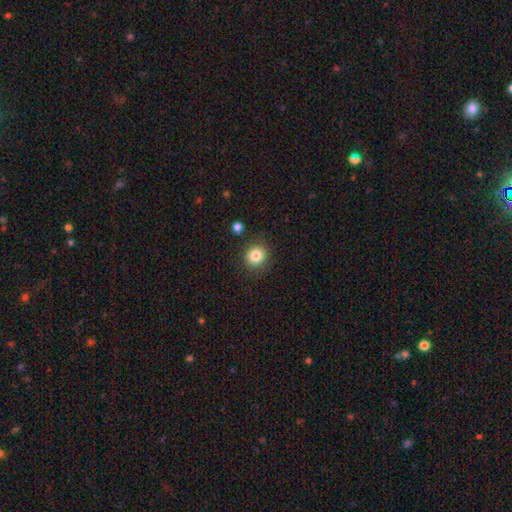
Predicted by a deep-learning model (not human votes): This is clearly a smooth galaxy (83%). How rounded: clearly round (88%). Merging: clearly none (87%).